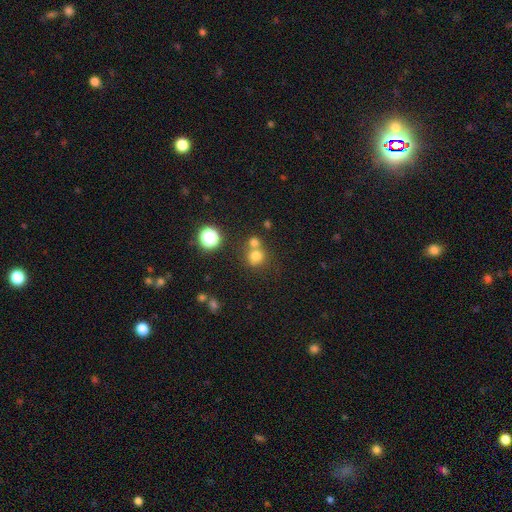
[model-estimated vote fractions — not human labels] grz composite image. It shows a smooth galaxy with no disk features (73%) that is round (84%). Merging: none (52%).